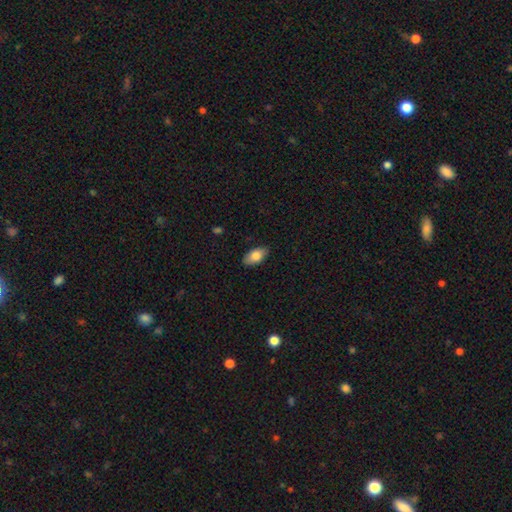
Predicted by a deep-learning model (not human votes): smooth-or-featured: smooth: 81% | featured or disk: 12% | star or artifact: 7%
  how-rounded: in between: 92% | cigar-shaped: 4% | round: 3%
  merging: none: 86% | minor disturbance: 11% | major disturbance: 2% | merger: 1%